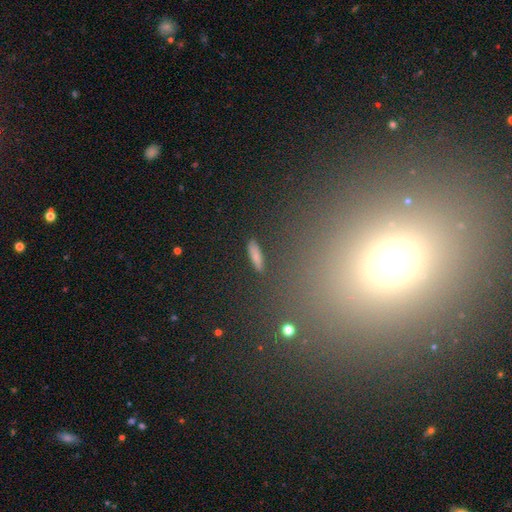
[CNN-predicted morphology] smooth_or_featured: smooth (p=0.73) [alt: star or artifact p=0.14]
how_rounded: cigar-shaped (p=0.66) [alt: in between p=0.30]
merging: none (p=0.86) [alt: minor disturbance p=0.09]